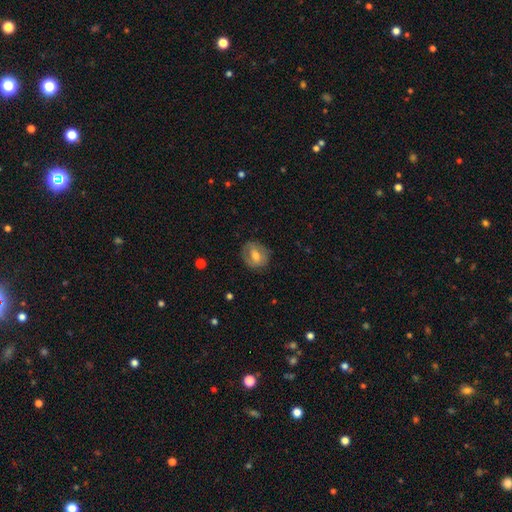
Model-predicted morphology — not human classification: This appears to be a smooth galaxy with no disk features (56%) that is round (57%). Merging: none (76%).